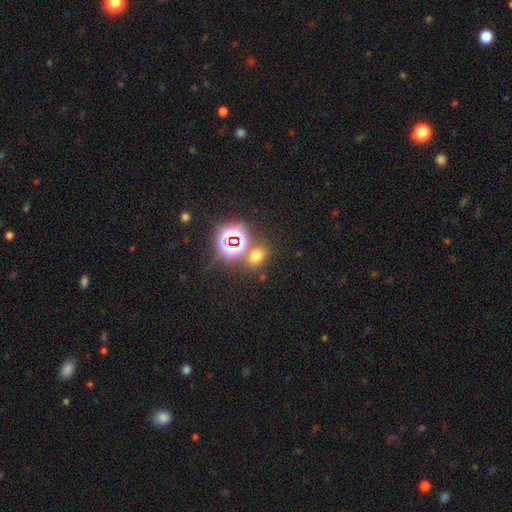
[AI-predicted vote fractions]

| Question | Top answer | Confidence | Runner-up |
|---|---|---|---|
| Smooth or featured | smooth | 54% | star or artifact (38%) |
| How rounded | in between | 58% | round (40%) |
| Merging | none | 72% | merger (15%) |